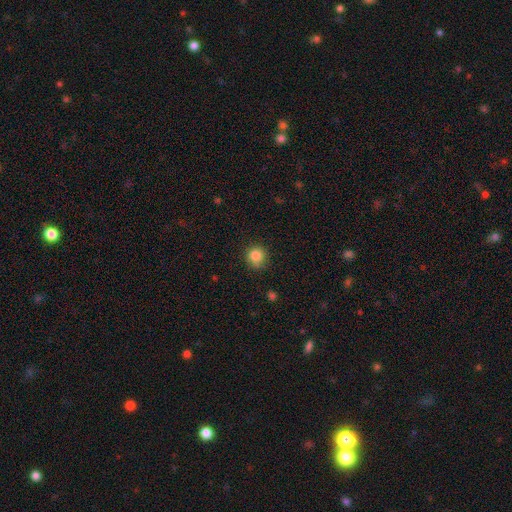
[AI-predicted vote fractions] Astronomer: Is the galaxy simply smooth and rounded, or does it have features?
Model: smooth — 85%.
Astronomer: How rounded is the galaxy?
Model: round — 91%.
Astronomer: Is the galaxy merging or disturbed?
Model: none — 80%.